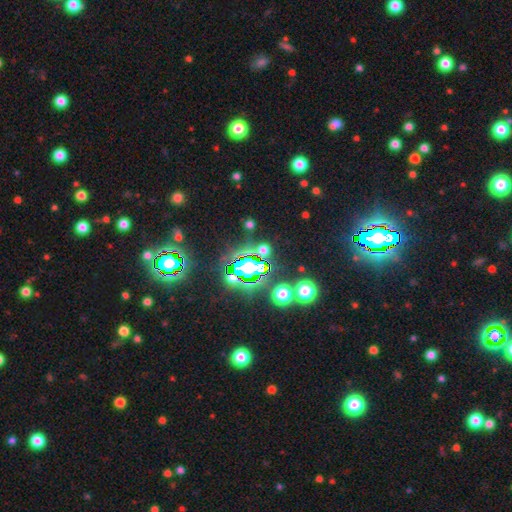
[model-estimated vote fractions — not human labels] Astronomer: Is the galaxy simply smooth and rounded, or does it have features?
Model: star or artifact — 66%.